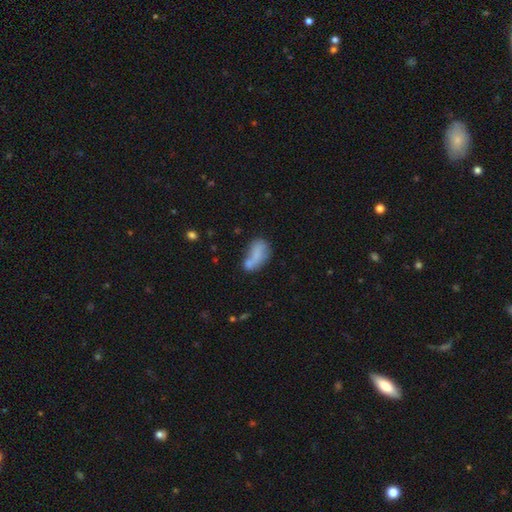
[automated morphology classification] The model was most divided on "merging": merger: 39%, none: 30%, minor disturbance: 19%, major disturbance: 13%. More confident: how rounded — in between (85%); smooth or featured — smooth (69%).